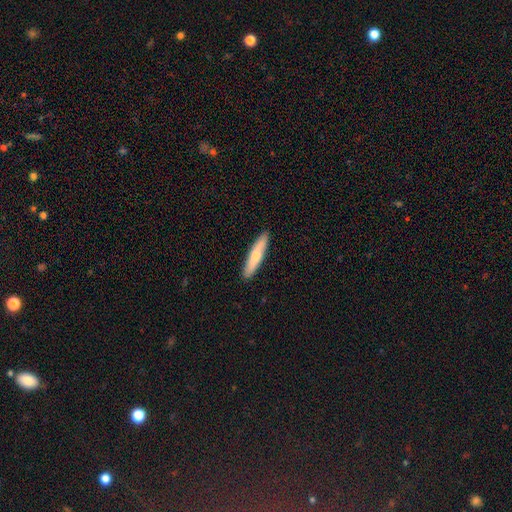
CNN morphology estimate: Smooth or featured: smooth — 71% (featured or disk — 24%)
How rounded: cigar-shaped — 87% (in between — 12%)
Merging: none — 91% (minor disturbance — 7%)